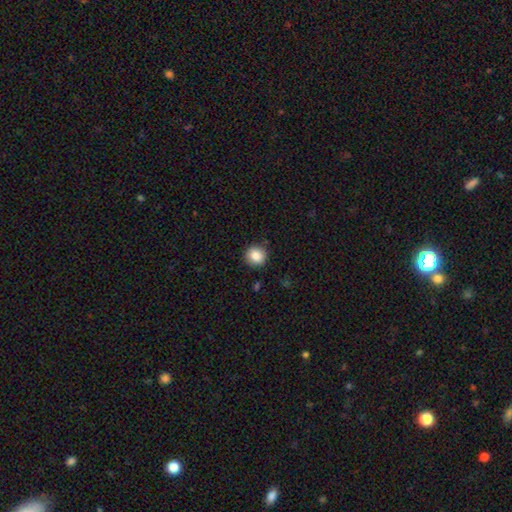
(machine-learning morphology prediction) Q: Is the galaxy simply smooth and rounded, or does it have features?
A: smooth — 86%.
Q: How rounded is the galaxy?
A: round — 90%.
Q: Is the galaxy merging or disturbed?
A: none — 89%.